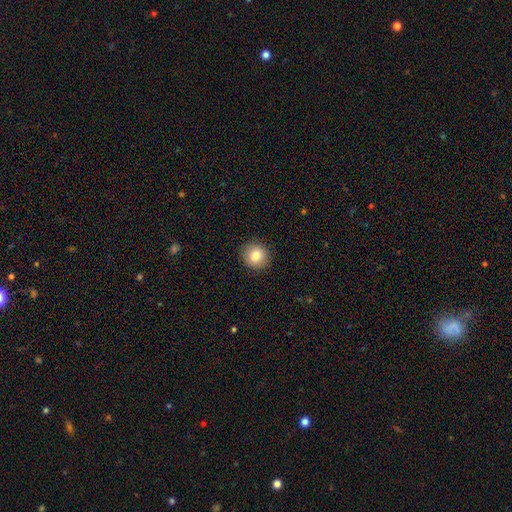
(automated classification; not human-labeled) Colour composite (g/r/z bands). It shows a smooth galaxy with no disk features (82%) that is round (92%). Merging: none (91%).